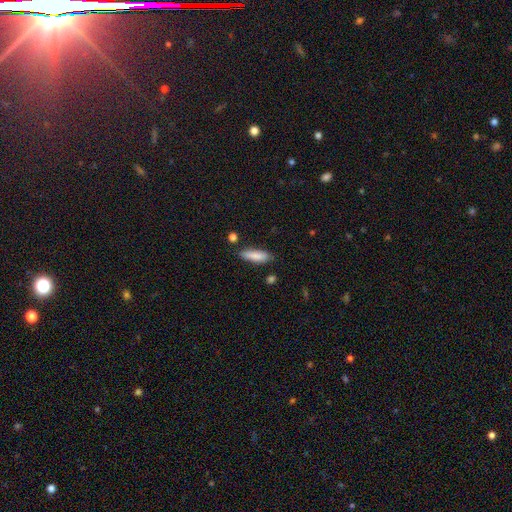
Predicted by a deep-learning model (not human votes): Smooth or featured: smooth — 85% (featured or disk — 8%)
How rounded: cigar-shaped — 55% (in between — 43%)
Merging: none — 81% (minor disturbance — 14%)